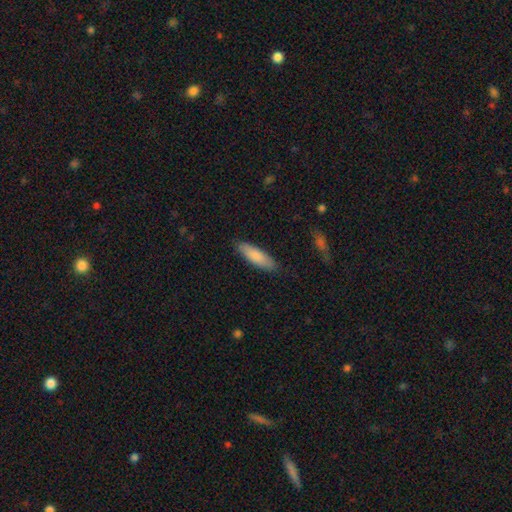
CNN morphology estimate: The model was most divided on "how rounded": cigar-shaped: 52%, in between: 46%, round: 1%. More confident: merging — none (86%); smooth or featured — smooth (84%).